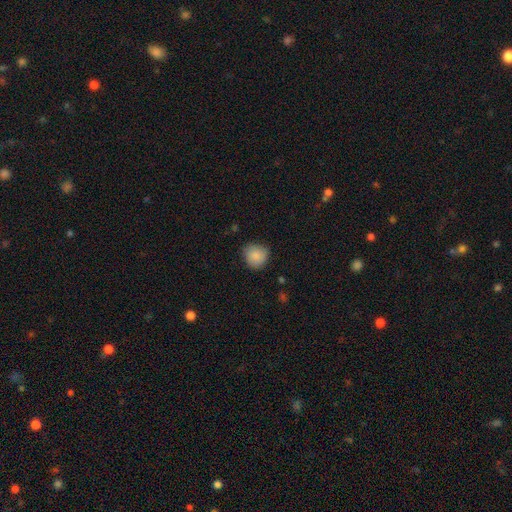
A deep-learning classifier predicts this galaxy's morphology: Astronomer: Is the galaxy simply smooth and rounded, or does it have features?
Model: smooth — 86%.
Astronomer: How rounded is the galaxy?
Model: round — 86%.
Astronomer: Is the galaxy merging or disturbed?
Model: none — 77%.